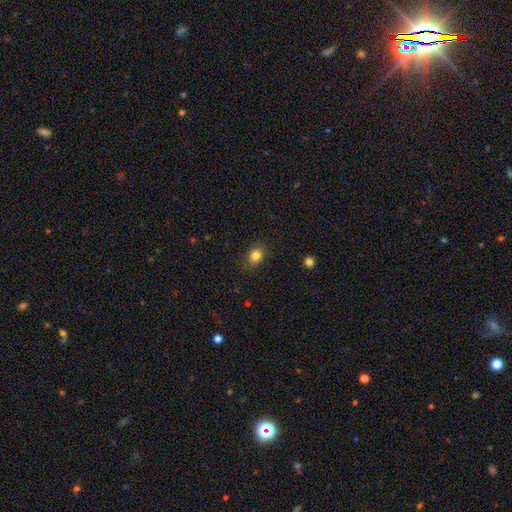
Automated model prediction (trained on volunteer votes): Smooth or featured? smooth (83%)
How rounded? in between (54%)
Merging? none (86%)